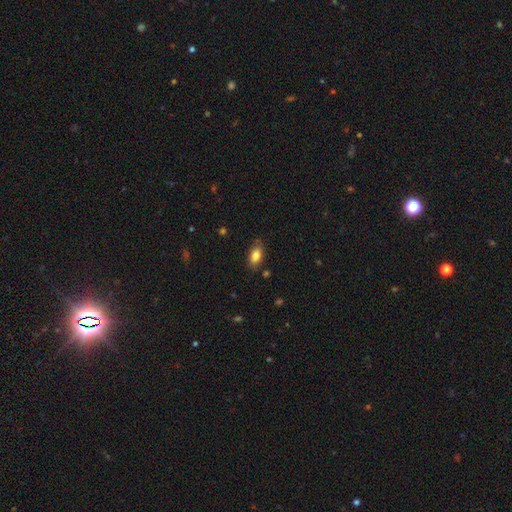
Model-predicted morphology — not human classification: Q: Smooth or featured?
A: smooth (82%); runner-up: featured or disk (11%)
Q: How rounded?
A: in between (89%); runner-up: cigar-shaped (6%)
Q: Merging?
A: none (80%); runner-up: minor disturbance (15%)